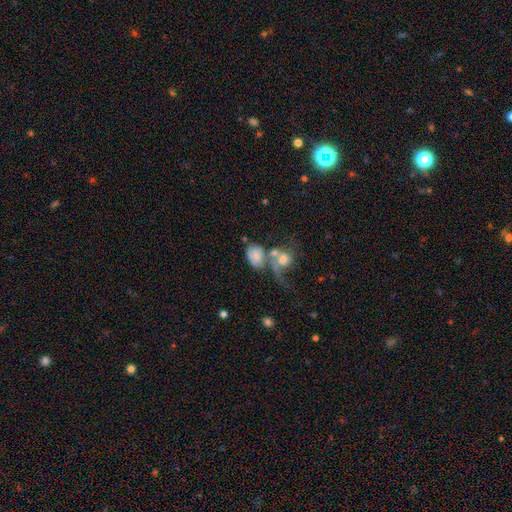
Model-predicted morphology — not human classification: Smooth or featured?
  - smooth: 55% *
  - featured or disk: 36%
  - star or artifact: 9%
How rounded?
  - in between: 63% *
  - round: 36%
  - cigar-shaped: 1%
Merging?
  - merger: 55% *
  - major disturbance: 18%
  - none: 17%
  - minor disturbance: 10%